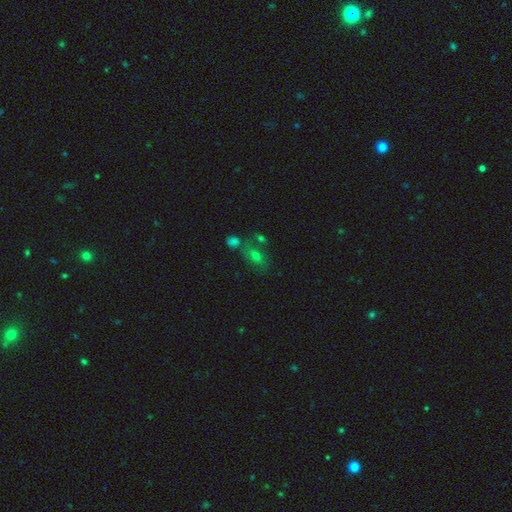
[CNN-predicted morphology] Smooth or featured?
  - smooth: 54% *
  - featured or disk: 23%
  - star or artifact: 22%
How rounded?
  - in between: 71% *
  - round: 26%
  - cigar-shaped: 4%
Merging?
  - none: 55% *
  - merger: 23%
  - minor disturbance: 15%
  - major disturbance: 7%